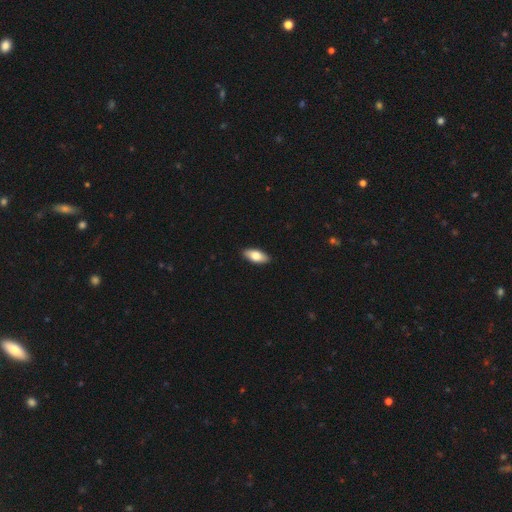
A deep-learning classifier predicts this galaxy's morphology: Overall: smooth (77%). How rounded: in between (86%). Merging: none (90%).